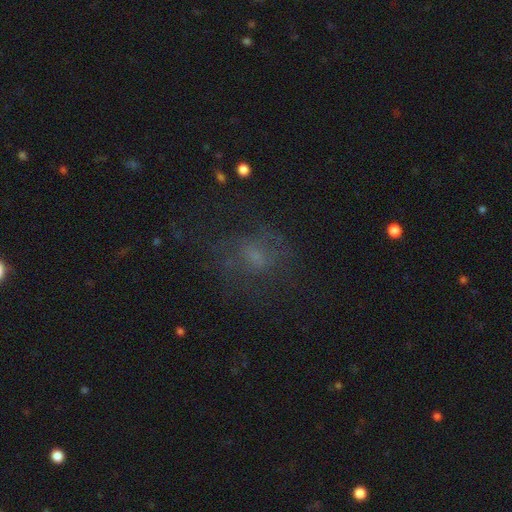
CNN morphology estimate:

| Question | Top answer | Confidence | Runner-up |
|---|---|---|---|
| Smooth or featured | smooth | 41% | featured or disk (37%) |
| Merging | none | 54% | major disturbance (25%) |